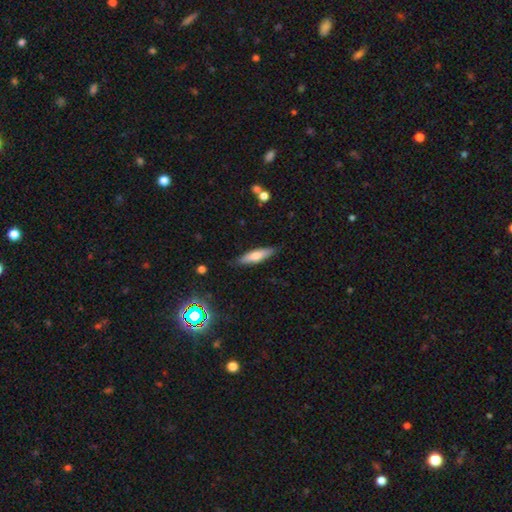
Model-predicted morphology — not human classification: Smooth or featured? smooth (63%)
How rounded? cigar-shaped (67%)
Merging? none (85%)